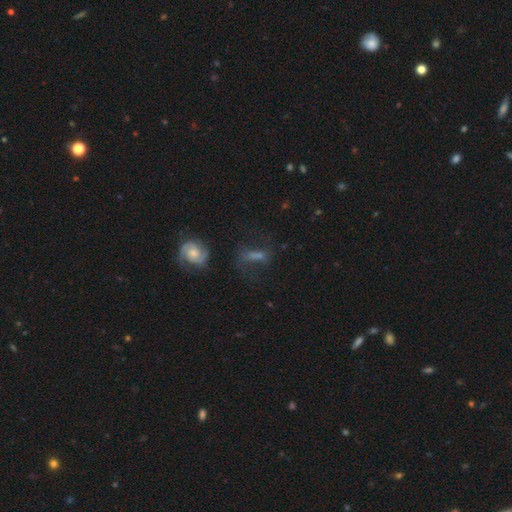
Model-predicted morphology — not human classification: smooth_or_featured: featured or disk (p=0.44) [alt: smooth p=0.34]
merging: none (p=0.54) [alt: major disturbance p=0.21]